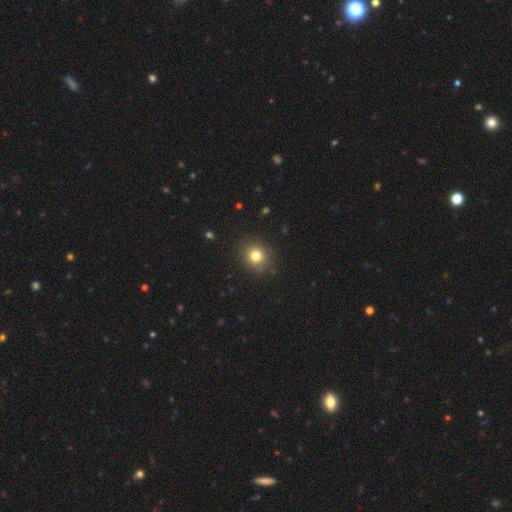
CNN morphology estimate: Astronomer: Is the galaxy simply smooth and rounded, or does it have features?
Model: smooth — 79%.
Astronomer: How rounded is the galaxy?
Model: round — 86%.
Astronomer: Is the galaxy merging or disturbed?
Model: none — 88%.